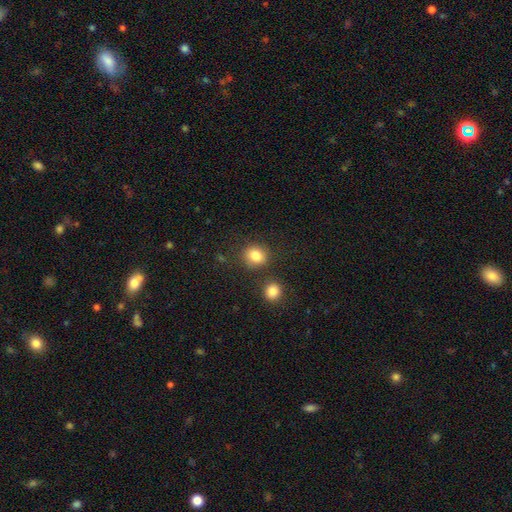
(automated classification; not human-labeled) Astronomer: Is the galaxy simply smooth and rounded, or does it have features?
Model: smooth — 83%.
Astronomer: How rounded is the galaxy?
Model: round — 70%.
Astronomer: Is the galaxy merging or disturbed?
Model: none — 77%.